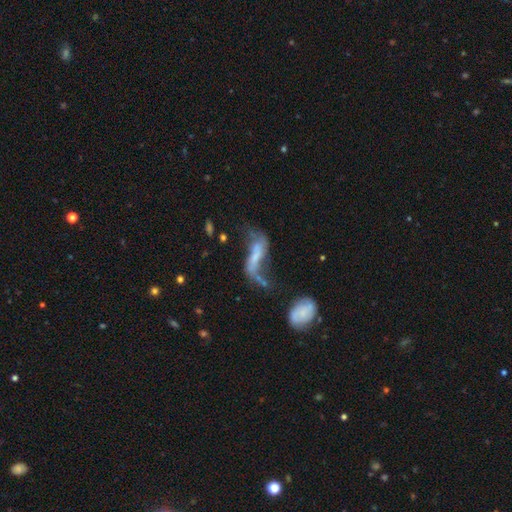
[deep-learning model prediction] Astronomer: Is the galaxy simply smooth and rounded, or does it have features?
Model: featured or disk — 61%.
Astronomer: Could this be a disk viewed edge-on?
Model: no — 84%.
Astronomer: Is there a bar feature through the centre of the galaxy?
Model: no — 41% (runner-up: weak, 30%).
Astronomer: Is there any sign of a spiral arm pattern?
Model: yes — 65%.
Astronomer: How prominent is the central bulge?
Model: none — 44% (runner-up: small, 31%).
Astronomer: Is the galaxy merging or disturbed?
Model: major disturbance — 35% (runner-up: none, 26%).